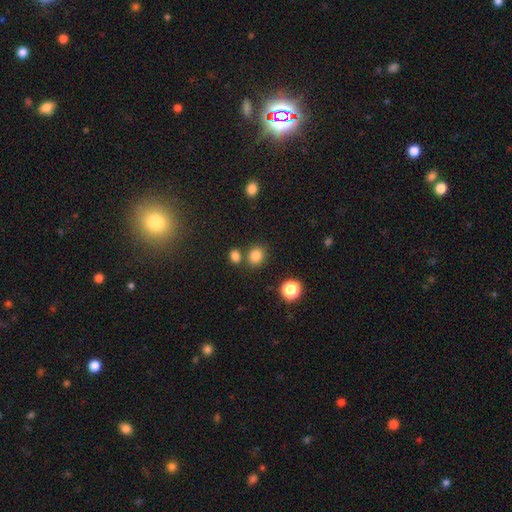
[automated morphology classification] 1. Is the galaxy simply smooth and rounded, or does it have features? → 82% smooth, 13% star or artifact, 5% featured or disk.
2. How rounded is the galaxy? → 71% round, 29% in between, 1% cigar-shaped.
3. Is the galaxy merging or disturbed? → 72% none, 16% merger, 9% minor disturbance, 3% major disturbance.